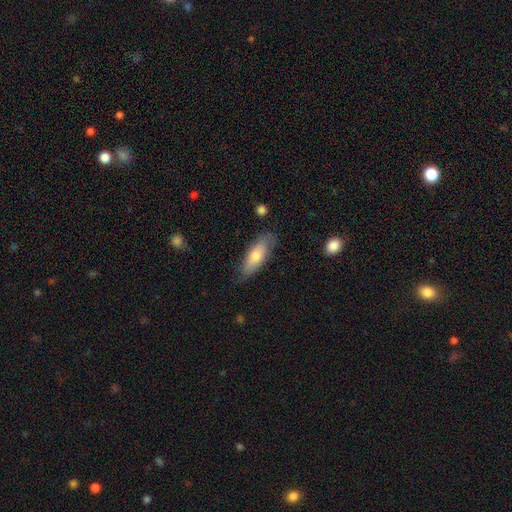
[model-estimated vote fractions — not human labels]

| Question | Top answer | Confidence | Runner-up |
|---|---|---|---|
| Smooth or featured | smooth | 68% | featured or disk (26%) |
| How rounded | in between | 66% | cigar-shaped (31%) |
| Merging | none | 75% | minor disturbance (20%) |